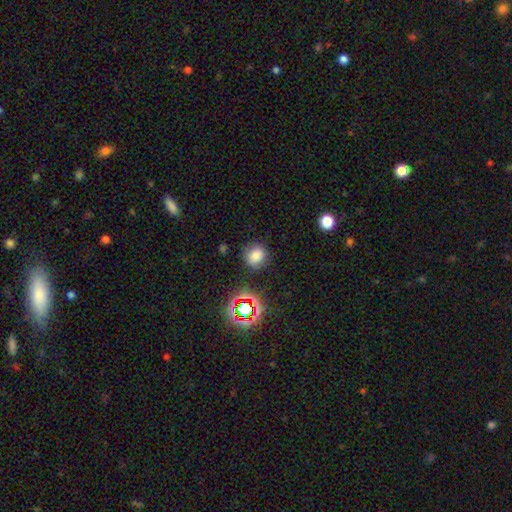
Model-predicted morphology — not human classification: The model was most divided on "smooth or featured": smooth: 75%, star or artifact: 18%, featured or disk: 7%. More confident: how rounded — round (83%); merging — none (81%).